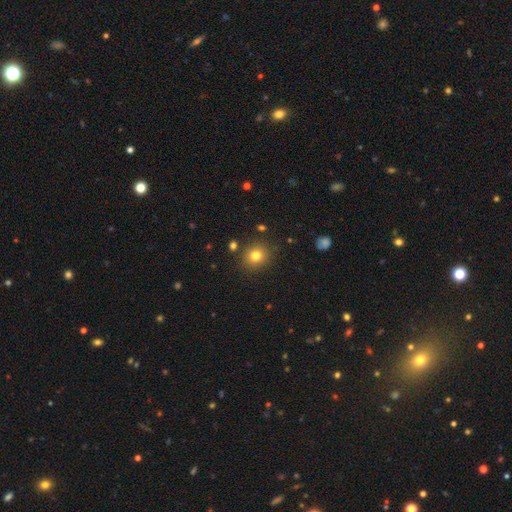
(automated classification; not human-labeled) A smooth galaxy with no disk features (78%) that is round (84%).

Vote fractions:
- Smooth or featured? smooth: 78% / star or artifact: 14% / featured or disk: 8%
- How rounded? round: 84% / in between: 15% / cigar-shaped: 1%
- Merging? none: 87% / minor disturbance: 8% / merger: 3% / major disturbance: 3%